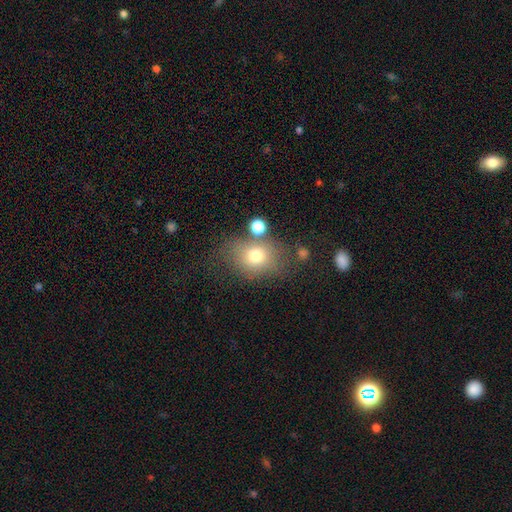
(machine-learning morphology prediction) Q: Smooth or featured?
A: smooth (71%); runner-up: featured or disk (15%)
Q: How rounded?
A: in between (53%); runner-up: round (46%)
Q: Merging?
A: none (59%); runner-up: minor disturbance (19%)